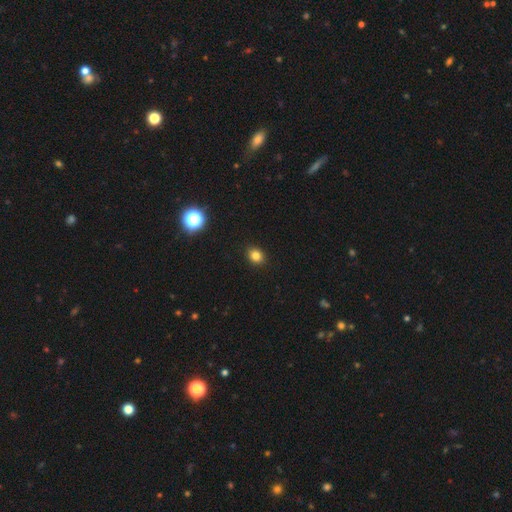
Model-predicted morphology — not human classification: Overall: smooth (82%). How rounded: round (62%; in between 37%). Merging: none (91%).